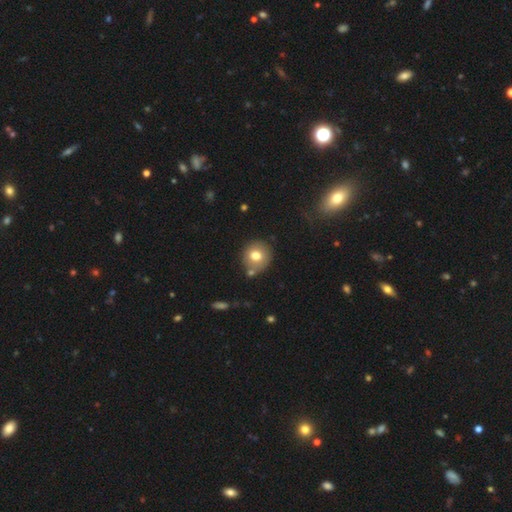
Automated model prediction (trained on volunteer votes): smooth-or-featured: smooth: 75% | featured or disk: 15% | star or artifact: 11%
  how-rounded: round: 85% | in between: 14% | cigar-shaped: 1%
  merging: none: 75% | minor disturbance: 12% | merger: 10% | major disturbance: 3%